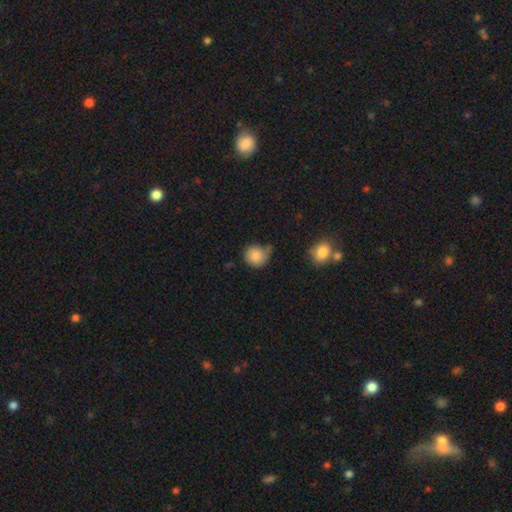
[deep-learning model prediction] Overall: smooth (84%). How rounded: round (86%). Merging: none (57%; minor disturbance 27%).